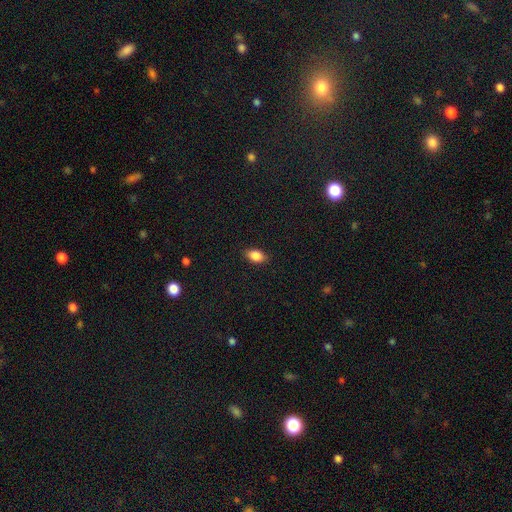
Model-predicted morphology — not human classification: A smooth galaxy with no disk features (86%) that is in between round and cigar-shaped (88%). Merging: none (87%).